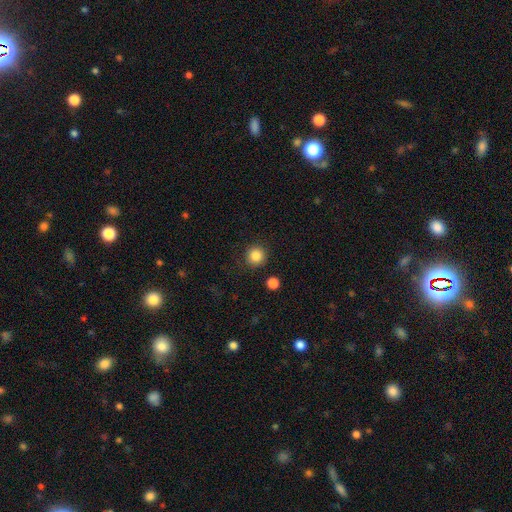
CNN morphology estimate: This appears to be a smooth galaxy with no disk features (86%) that is round (95%). Merging: none (89%).